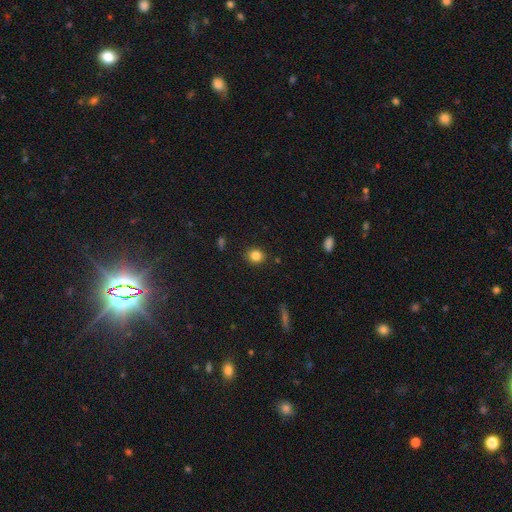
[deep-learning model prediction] This appears to be a smooth galaxy with no disk features (83%) that is round (78%). Merging: none (89%).